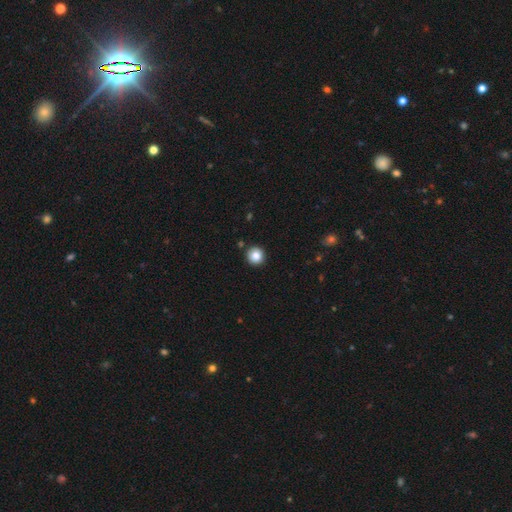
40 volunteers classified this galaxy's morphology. A smooth galaxy with no disk features (88%) that is round (100%).

Vote fractions:
- Smooth or featured? smooth: 88% / star or artifact: 8% / featured or disk: 5%
- How rounded? round: 100% / in between: 0% / cigar-shaped: 0%
- Merging? none: 97% / minor disturbance: 3% / major disturbance: 0% / merger: 0%